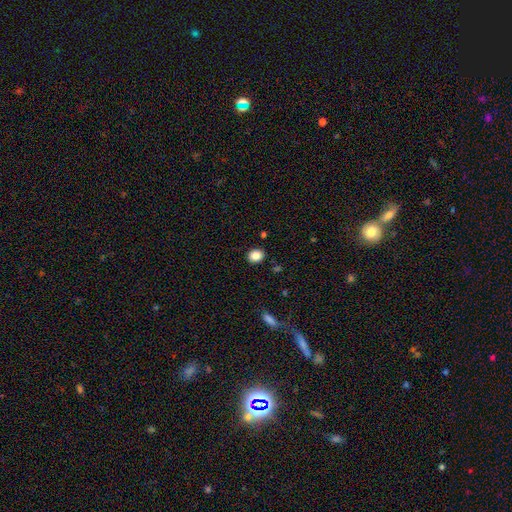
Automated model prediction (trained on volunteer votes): A smooth galaxy with no disk features (86%) that is round (61%).

Vote fractions:
- Smooth or featured? smooth: 86% / star or artifact: 9% / featured or disk: 4%
- How rounded? round: 61% / in between: 38% / cigar-shaped: 1%
- Merging? none: 88% / minor disturbance: 8% / major disturbance: 2% / merger: 2%